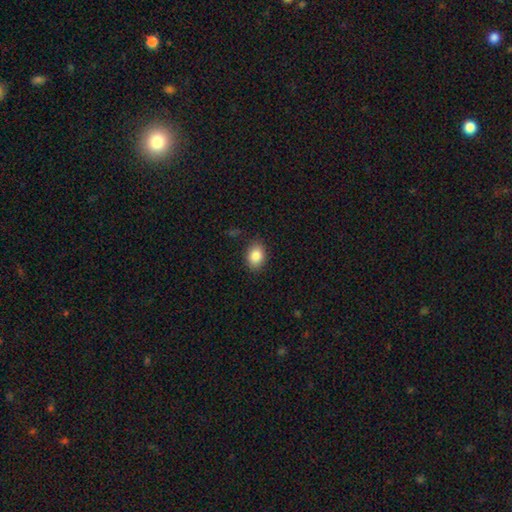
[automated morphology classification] Smooth or featured: smooth — 86% (star or artifact — 8%)
How rounded: in between — 73% (round — 26%)
Merging: none — 85% (minor disturbance — 11%)